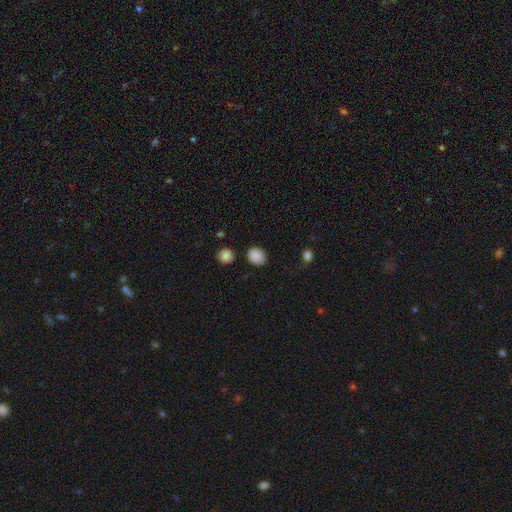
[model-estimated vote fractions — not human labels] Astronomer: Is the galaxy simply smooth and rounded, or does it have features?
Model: smooth — 87%.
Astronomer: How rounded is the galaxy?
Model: round — 57% (runner-up: in between, 42%).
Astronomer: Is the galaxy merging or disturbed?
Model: none — 84%.